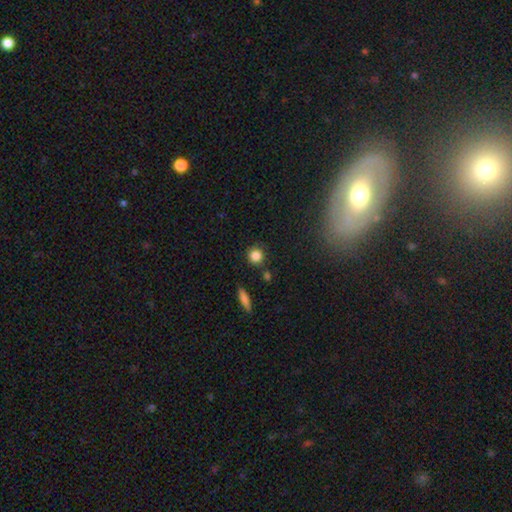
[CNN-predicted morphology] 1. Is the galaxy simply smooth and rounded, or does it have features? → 84% smooth, 10% star or artifact, 5% featured or disk.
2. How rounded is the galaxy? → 90% round, 9% in between, 1% cigar-shaped.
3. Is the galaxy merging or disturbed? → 83% none, 9% minor disturbance, 5% merger, 3% major disturbance.